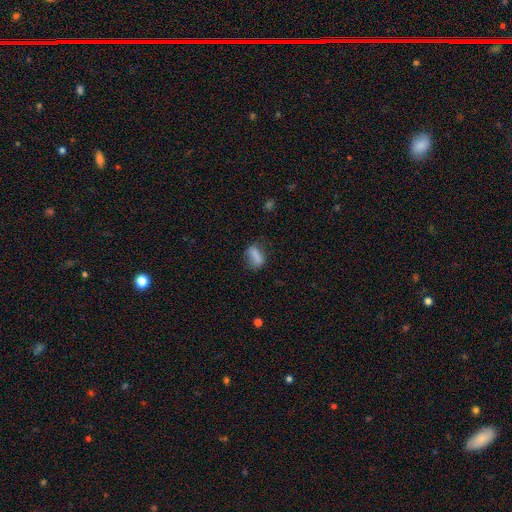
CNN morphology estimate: Smooth or featured: smooth — 78% (featured or disk — 11%)
How rounded: in between — 72% (cigar-shaped — 18%)
Merging: none — 61% (minor disturbance — 24%)